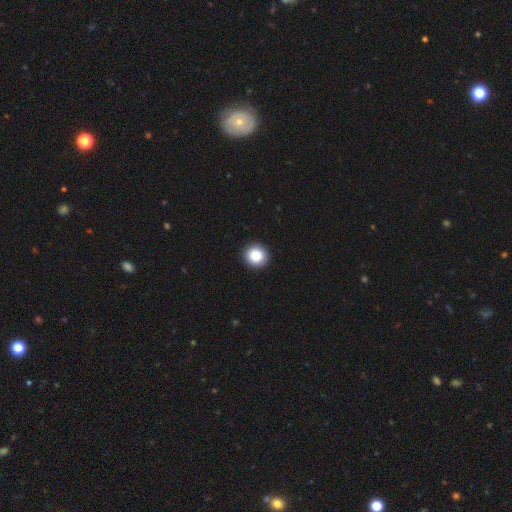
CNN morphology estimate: type=smooth (87%); roundness=round (94%); merging=none (93%).